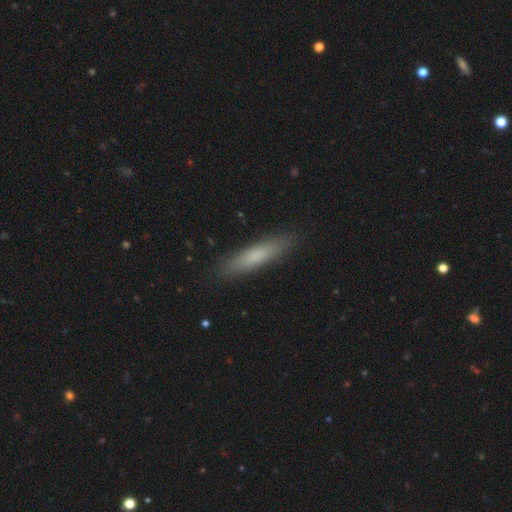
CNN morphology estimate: type=smooth (74%); roundness=cigar-shaped (83%); merging=none (88%).